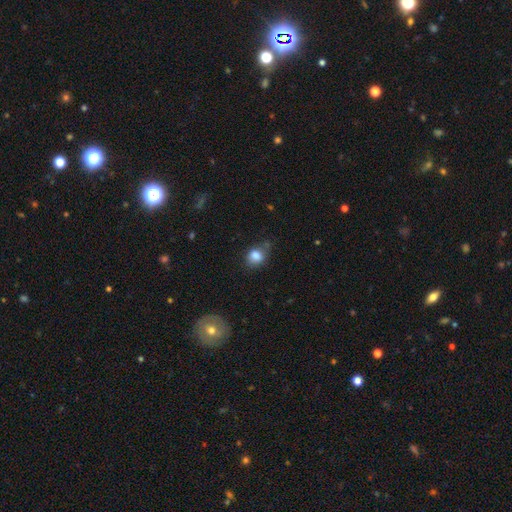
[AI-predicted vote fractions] A smooth galaxy with no disk features (83%) that is round (58%). Merging: none (58%).